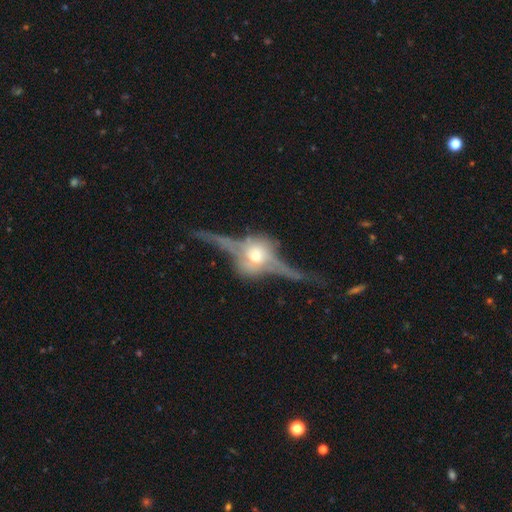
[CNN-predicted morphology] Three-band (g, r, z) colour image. It shows a featured or disk galaxy (87%) viewed edge-on (90%) with a rounded central bulge (93%). Merging: none (63%).